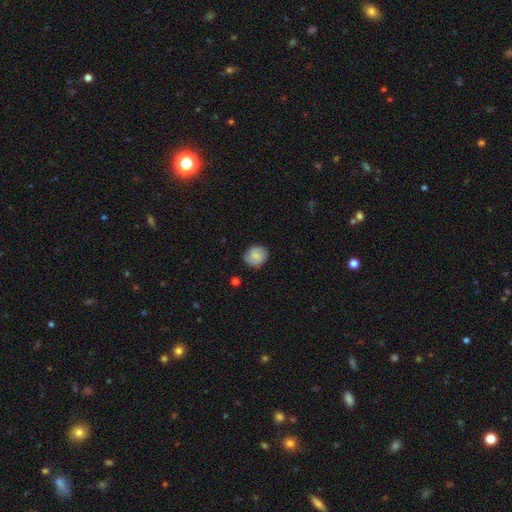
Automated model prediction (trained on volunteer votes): smooth_or_featured: smooth (p=0.76) [alt: featured or disk p=0.16]
how_rounded: round (p=0.83) [alt: in between p=0.16]
merging: none (p=0.84) [alt: minor disturbance p=0.12]